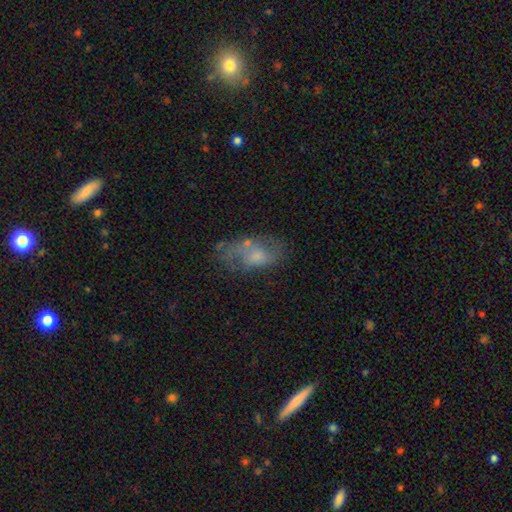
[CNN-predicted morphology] A featured or disk galaxy (48%).

Vote fractions:
- Smooth or featured? featured or disk: 48% / smooth: 42% / star or artifact: 10%
- Merging? none: 47% / minor disturbance: 25% / major disturbance: 22% / merger: 6%